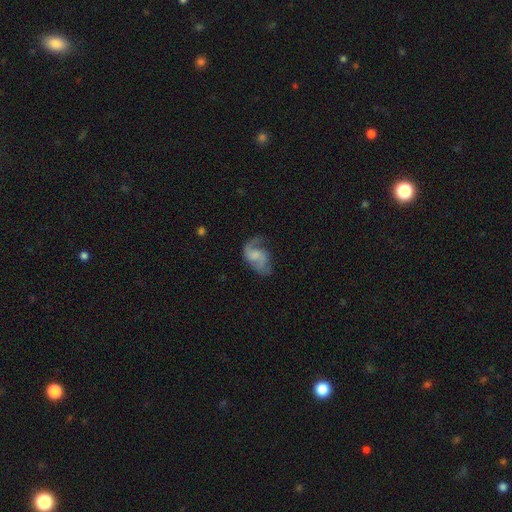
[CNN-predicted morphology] This appears to be a featured or disk galaxy (70%) with no bar (50%), 2 (80%) loose (51%) spiral arms (91%) and no central bulge (38%). Merging: none (51%).